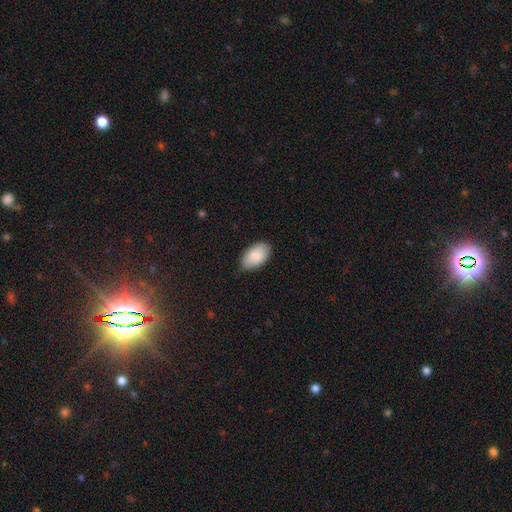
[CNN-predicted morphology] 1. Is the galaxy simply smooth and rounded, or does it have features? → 87% smooth, 7% featured or disk, 6% star or artifact.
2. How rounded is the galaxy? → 95% in between, 4% round, 1% cigar-shaped.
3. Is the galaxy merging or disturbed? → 81% none, 15% minor disturbance, 2% major disturbance, 1% merger.